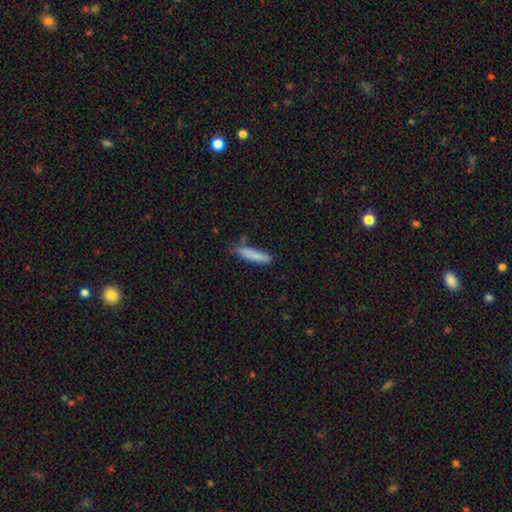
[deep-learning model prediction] This appears to be a smooth galaxy with no disk features (84%) that is cigar-shaped (81%). Merging: none (70%).